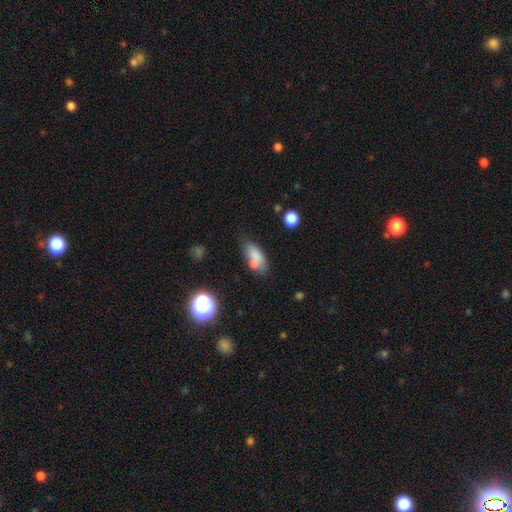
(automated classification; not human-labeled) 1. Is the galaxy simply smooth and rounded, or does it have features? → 74% smooth, 15% featured or disk, 10% star or artifact.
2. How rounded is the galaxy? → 82% in between, 12% cigar-shaped, 6% round.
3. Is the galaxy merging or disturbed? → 51% none, 21% merger, 20% minor disturbance, 8% major disturbance.